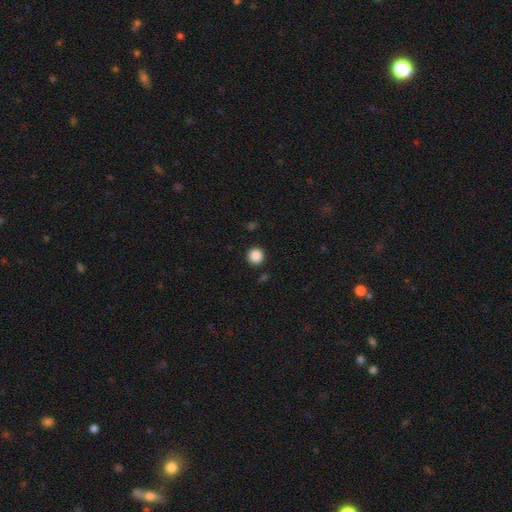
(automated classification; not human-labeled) A smooth galaxy with no disk features (88%) that is round (94%). Merging: none (91%).